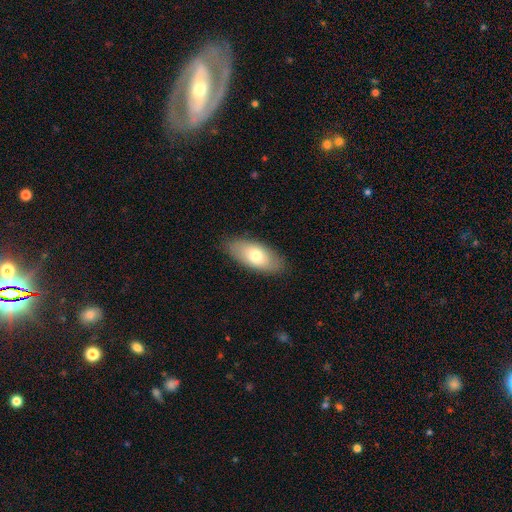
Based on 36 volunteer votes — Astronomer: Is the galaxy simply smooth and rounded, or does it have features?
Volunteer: smooth — 64%.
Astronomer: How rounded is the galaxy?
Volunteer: in between — 87%.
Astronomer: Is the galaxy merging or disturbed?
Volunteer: none — 74%.